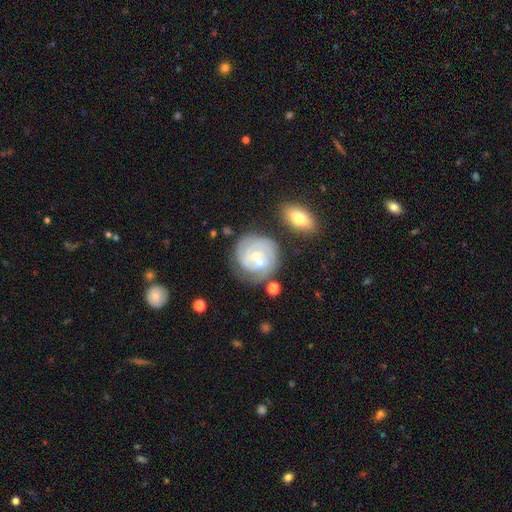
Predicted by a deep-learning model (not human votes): Smooth or featured: featured or disk — 77% (smooth — 16%)
Edge-on disk: no — 97% (yes — 3%)
Bar: no — 59% (weak — 33%)
Spiral arms: yes — 92% (no — 8%)
Spiral winding: tight — 73% (medium — 21%)
Spiral arm count: can't tell — 31% (2 — 27%)
Bulge size: small — 54% (moderate — 40%)
Merging: none — 59% (minor disturbance — 18%)